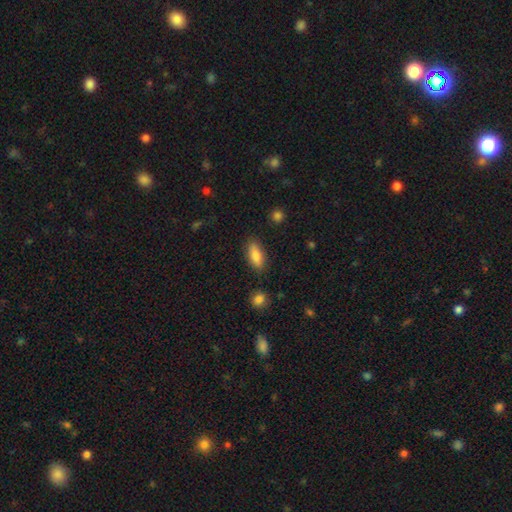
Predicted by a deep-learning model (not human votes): This is likely a smooth galaxy (79%). How rounded: likely in between (75%). Merging: clearly none (84%).